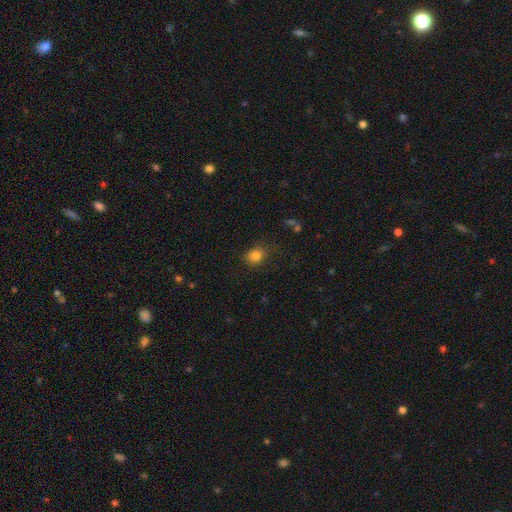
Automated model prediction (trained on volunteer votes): Overall: smooth (81%). How rounded: round (60%; in between 39%). Merging: none (74%).